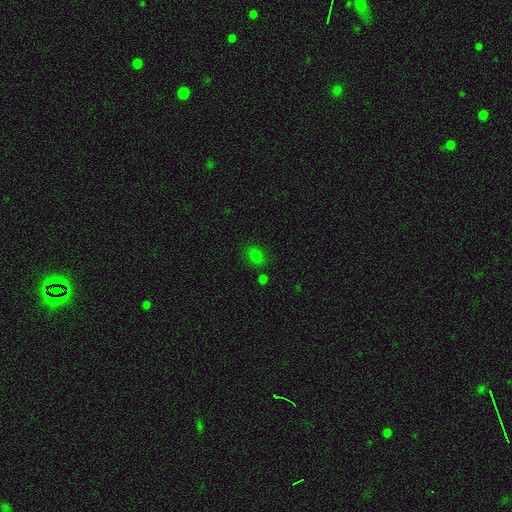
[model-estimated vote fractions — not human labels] smooth-or-featured: smooth: 75% | star or artifact: 20% | featured or disk: 5%
  how-rounded: in between: 71% | round: 27% | cigar-shaped: 2%
  merging: none: 75% | minor disturbance: 15% | merger: 6% | major disturbance: 4%